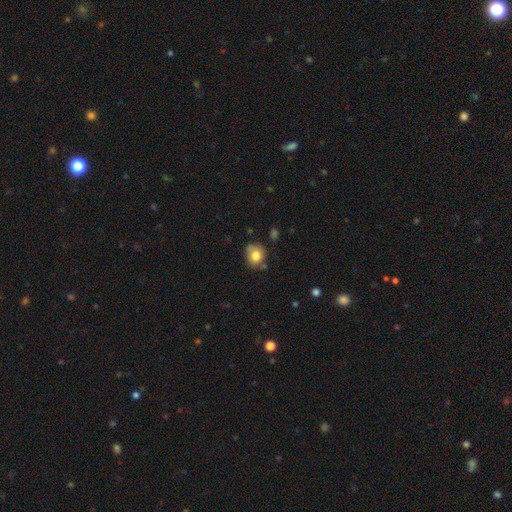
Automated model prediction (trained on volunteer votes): A smooth galaxy with no disk features (78%) that is round (73%).

Vote fractions:
- Smooth or featured? smooth: 78% / featured or disk: 12% / star or artifact: 9%
- How rounded? round: 73% / in between: 26% / cigar-shaped: 1%
- Merging? none: 67% / minor disturbance: 23% / merger: 5% / major disturbance: 5%